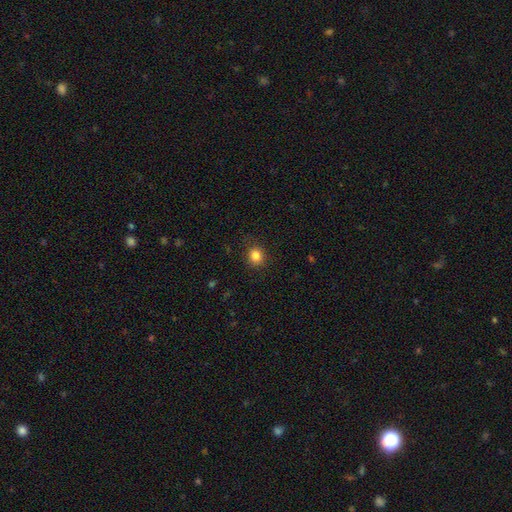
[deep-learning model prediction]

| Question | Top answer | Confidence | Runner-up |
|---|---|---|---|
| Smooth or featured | smooth | 84% | star or artifact (12%) |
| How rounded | round | 81% | in between (18%) |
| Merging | none | 88% | minor disturbance (8%) |